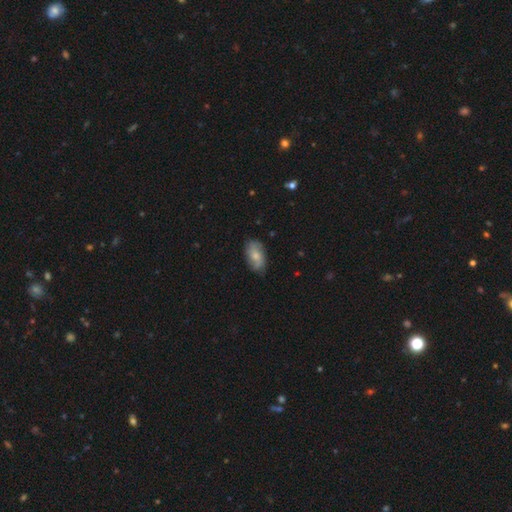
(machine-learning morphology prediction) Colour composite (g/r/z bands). It shows a smooth galaxy with no disk features (62%) that is in between round and cigar-shaped (92%). Merging: none (74%).